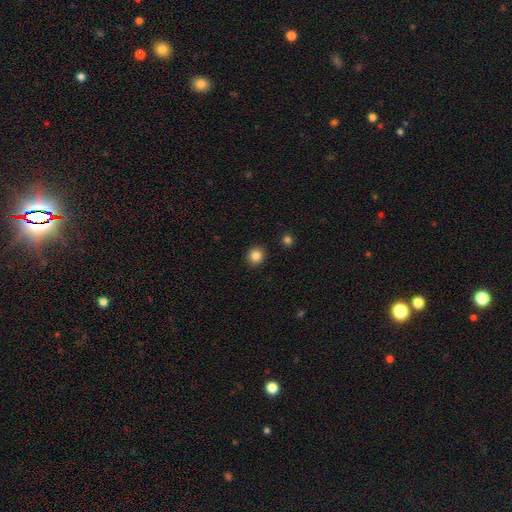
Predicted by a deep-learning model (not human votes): Q: Smooth or featured?
A: smooth (85%); runner-up: star or artifact (10%)
Q: How rounded?
A: round (87%); runner-up: in between (12%)
Q: Merging?
A: none (92%); runner-up: minor disturbance (5%)